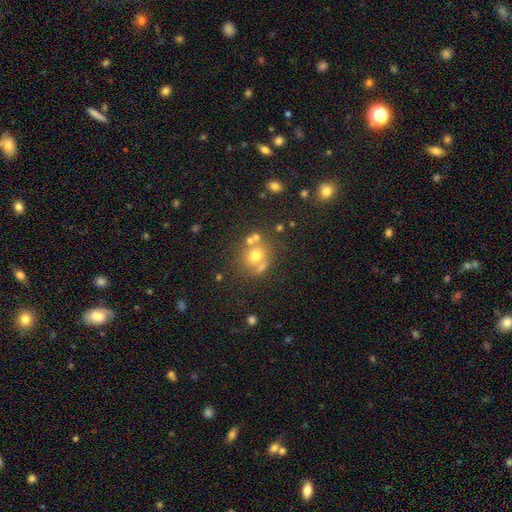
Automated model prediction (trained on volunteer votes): smooth_or_featured: smooth (p=0.61) [alt: featured or disk p=0.20]
how_rounded: round (p=0.76) [alt: in between p=0.22]
merging: none (p=0.55) [alt: merger p=0.27]